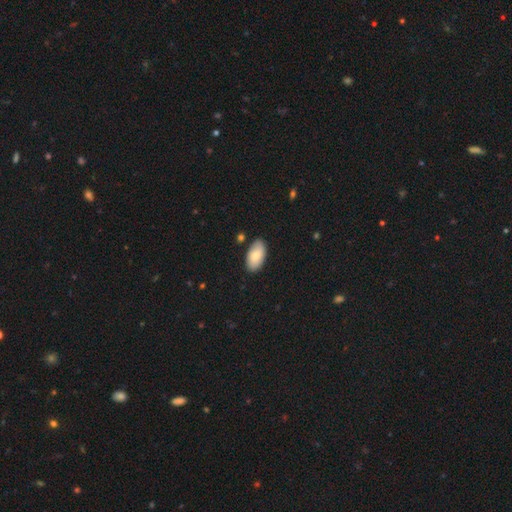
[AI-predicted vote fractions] Morphology: type=smooth (80%); roundness=in between (96%); merging=none (86%).